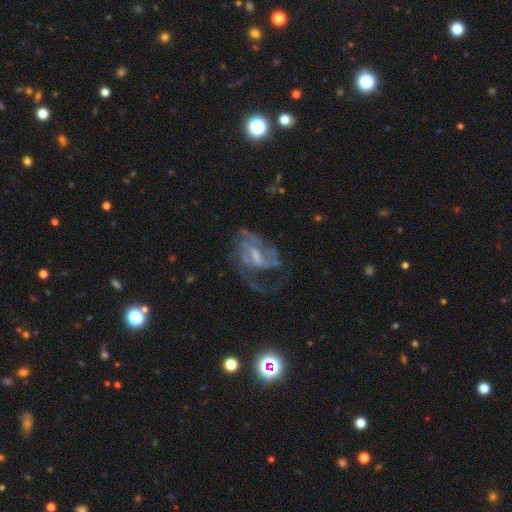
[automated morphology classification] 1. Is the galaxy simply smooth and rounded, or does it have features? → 79% featured or disk, 13% smooth, 8% star or artifact.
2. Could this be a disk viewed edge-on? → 96% no, 4% yes.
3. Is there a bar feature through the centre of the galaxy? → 52% weak, 26% no, 22% strong.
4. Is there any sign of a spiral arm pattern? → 85% yes, 15% no.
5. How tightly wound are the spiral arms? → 46% medium, 29% loose, 25% tight.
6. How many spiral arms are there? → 33% 2, 30% can't tell, 17% 3, 11% 1, 5% 4, 4% more than 4.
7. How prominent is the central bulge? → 35% moderate, 33% small, 25% none, 6% large, 1% dominant.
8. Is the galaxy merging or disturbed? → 40% major disturbance, 38% none, 18% minor disturbance, 3% merger.